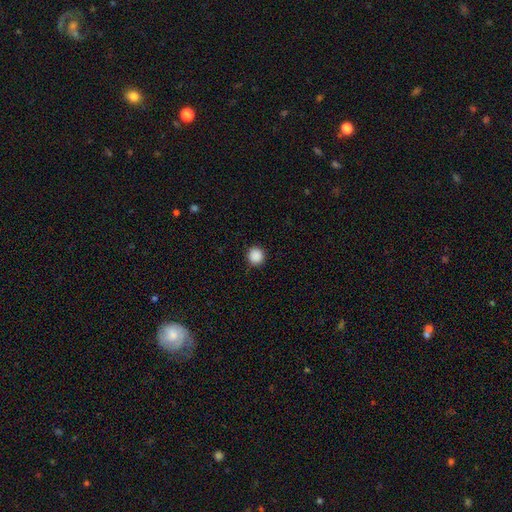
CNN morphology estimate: Smooth or featured? smooth (88%)
How rounded? round (94%)
Merging? none (90%)